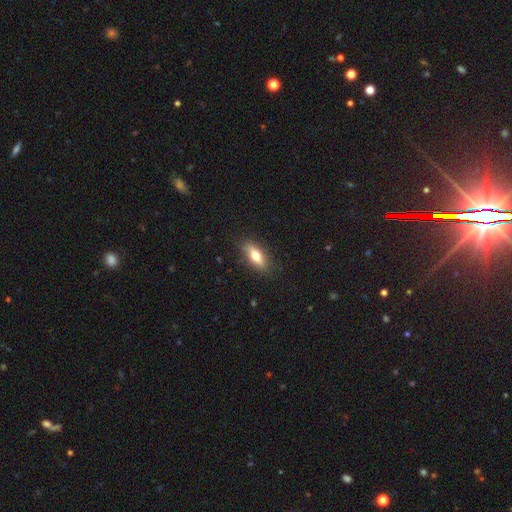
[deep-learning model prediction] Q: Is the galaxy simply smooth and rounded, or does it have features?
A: smooth — 60%.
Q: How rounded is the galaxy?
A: in between — 64%.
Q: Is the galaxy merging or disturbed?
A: none — 85%.